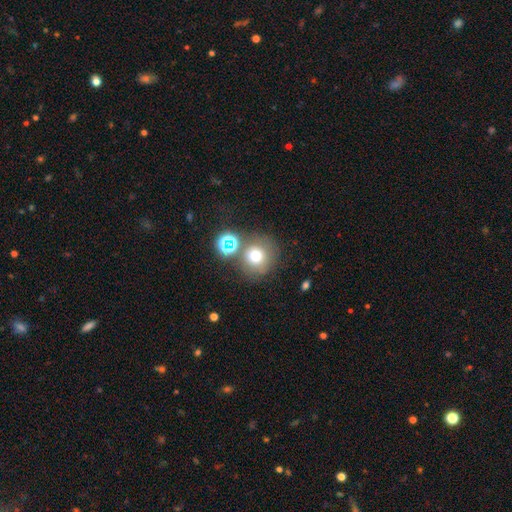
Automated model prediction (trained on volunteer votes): This is likely a smooth galaxy (68%). How rounded: clearly round (89%). Merging: likely none (67%).